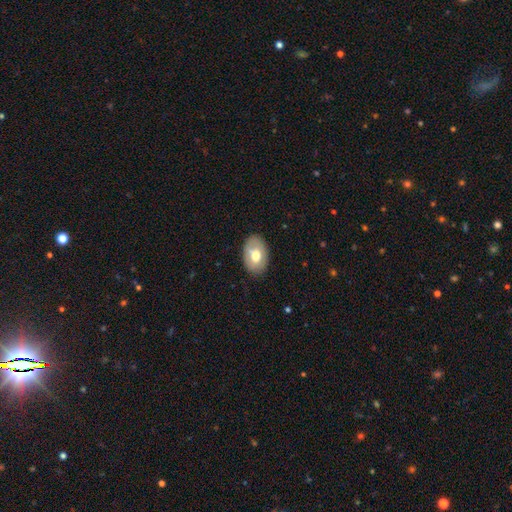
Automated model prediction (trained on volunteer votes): smooth_or_featured: smooth (p=0.63) [alt: featured or disk p=0.30]
how_rounded: in between (p=0.87) [alt: round p=0.12]
merging: none (p=0.83) [alt: minor disturbance p=0.13]